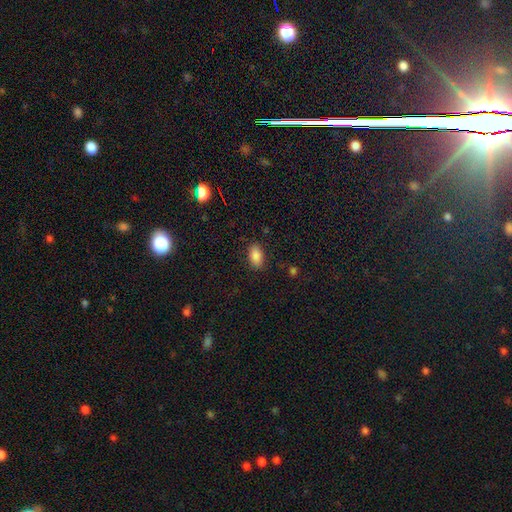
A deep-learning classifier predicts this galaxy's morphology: smooth_or_featured: smooth (p=0.86) [alt: star or artifact p=0.09]
how_rounded: in between (p=0.91) [alt: round p=0.07]
merging: none (p=0.86) [alt: minor disturbance p=0.10]